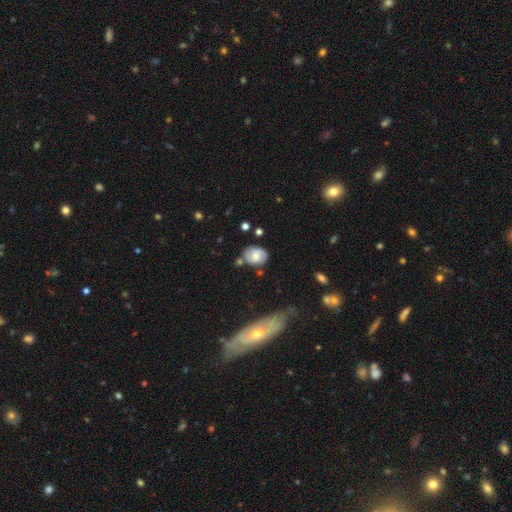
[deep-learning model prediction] A smooth galaxy with no disk features (47%).

Vote fractions:
- Smooth or featured? smooth: 47% / featured or disk: 45% / star or artifact: 8%
- Merging? none: 66% / minor disturbance: 21% / merger: 8% / major disturbance: 6%